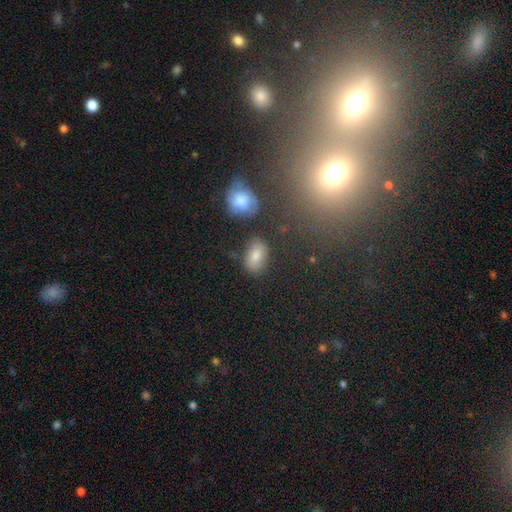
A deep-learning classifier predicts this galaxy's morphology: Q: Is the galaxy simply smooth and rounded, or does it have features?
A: smooth — 81%.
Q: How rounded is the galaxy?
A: in between — 87%.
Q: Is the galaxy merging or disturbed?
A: none — 70%.